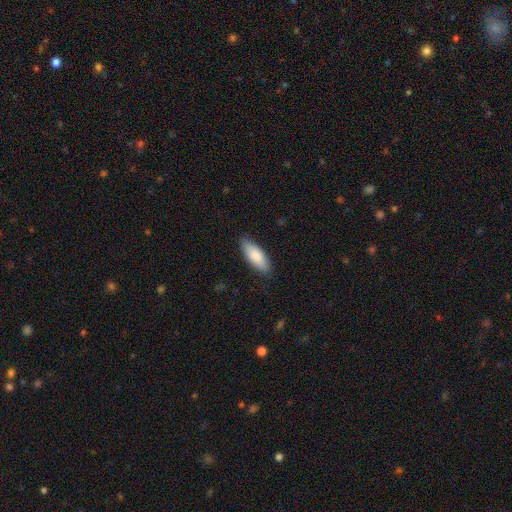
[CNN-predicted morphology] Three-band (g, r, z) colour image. It shows a smooth galaxy with no disk features (85%) that is in between round and cigar-shaped (72%). Merging: none (86%).